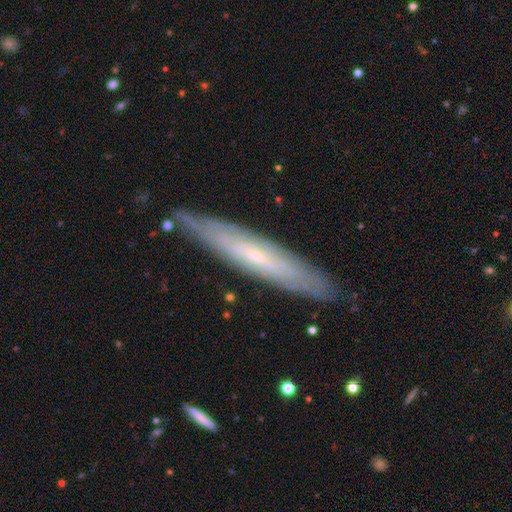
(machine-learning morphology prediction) smooth-or-featured: featured or disk: 65% | smooth: 28% | star or artifact: 7%
  disk-edge-on: yes: 66% | no: 34%
  merging: none: 84% | minor disturbance: 12% | major disturbance: 2% | merger: 1%